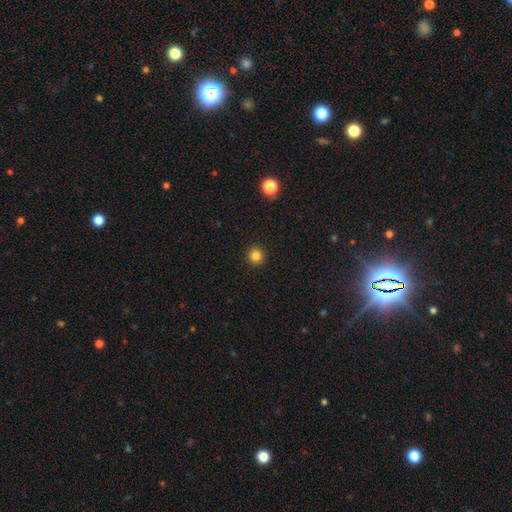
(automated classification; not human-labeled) The model was most divided on "smooth or featured": smooth: 84%, star or artifact: 12%, featured or disk: 4%. More confident: how rounded — round (94%); merging — none (93%).